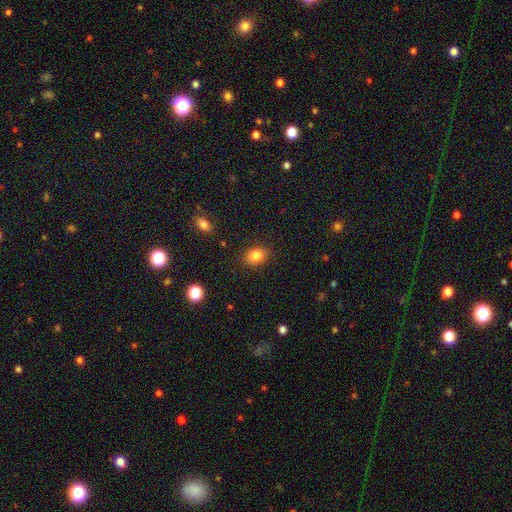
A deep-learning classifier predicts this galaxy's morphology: This appears to be a smooth galaxy with no disk features (84%) that is in between round and cigar-shaped (65%). Merging: none (87%).